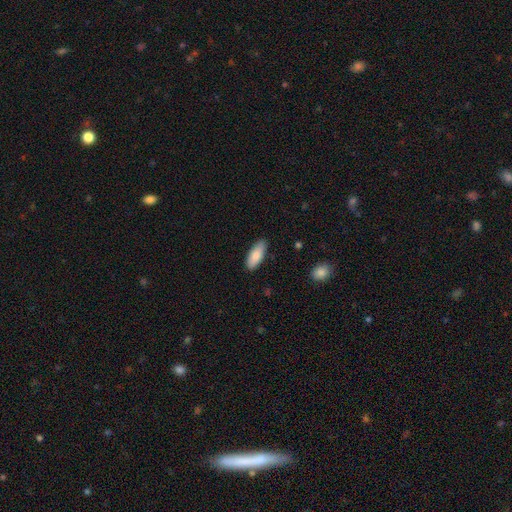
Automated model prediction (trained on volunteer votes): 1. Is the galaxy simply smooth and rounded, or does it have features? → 85% smooth, 9% featured or disk, 6% star or artifact.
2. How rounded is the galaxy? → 79% in between, 19% cigar-shaped, 2% round.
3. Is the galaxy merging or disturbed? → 86% none, 10% minor disturbance, 2% major disturbance, 1% merger.